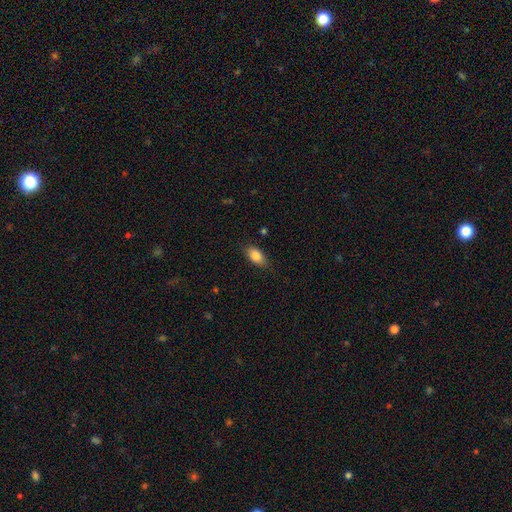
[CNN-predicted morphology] A smooth galaxy with no disk features (85%) that is in between round and cigar-shaped (90%). Merging: none (83%).